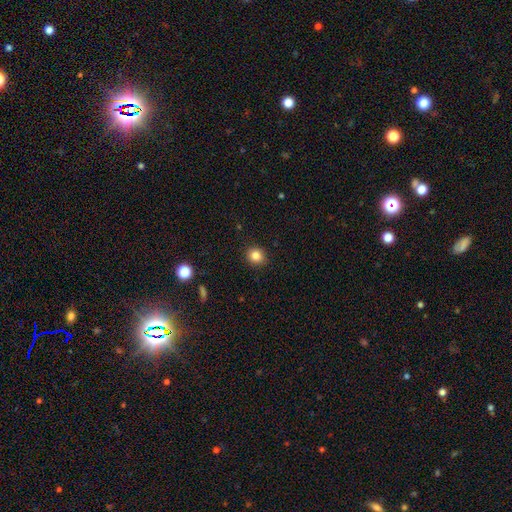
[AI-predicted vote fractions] smooth-or-featured: smooth: 84% | star or artifact: 11% | featured or disk: 5%
  how-rounded: round: 82% | in between: 17% | cigar-shaped: 1%
  merging: none: 90% | minor disturbance: 7% | major disturbance: 2% | merger: 1%